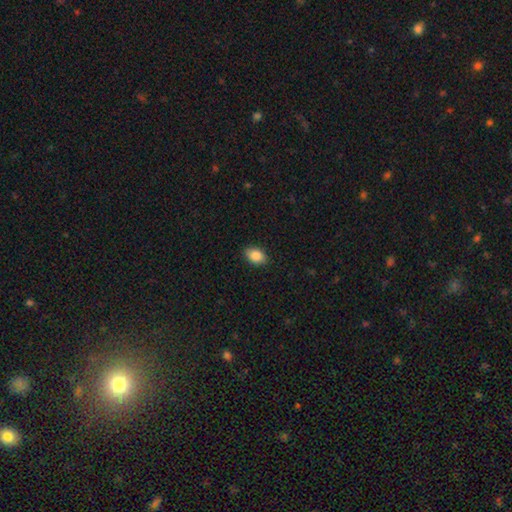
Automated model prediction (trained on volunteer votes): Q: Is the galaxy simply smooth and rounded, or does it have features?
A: smooth — 86%.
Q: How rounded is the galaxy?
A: in between — 86%.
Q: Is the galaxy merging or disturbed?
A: none — 88%.